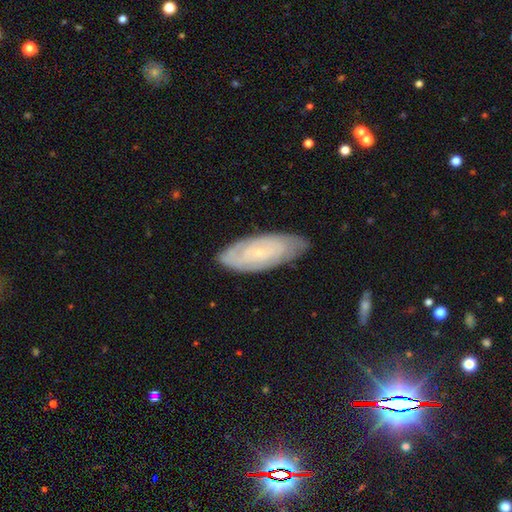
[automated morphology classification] The model was most divided on "smooth or featured": featured or disk: 59%, smooth: 28%, star or artifact: 13%. More confident: edge-on disk — no (85%); bulge size — small (81%); spiral arms — yes (81%); merging — none (79%); bar — no (73%).